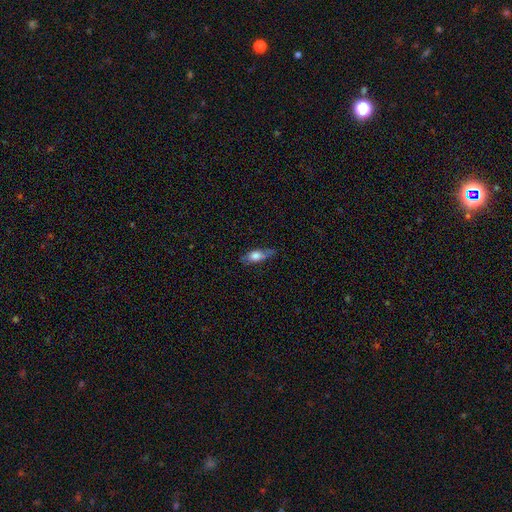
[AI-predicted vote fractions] Smooth or featured? Predicted: smooth (p=0.64). How rounded? Predicted: in between (p=0.65). Merging? Predicted: none (p=0.59).